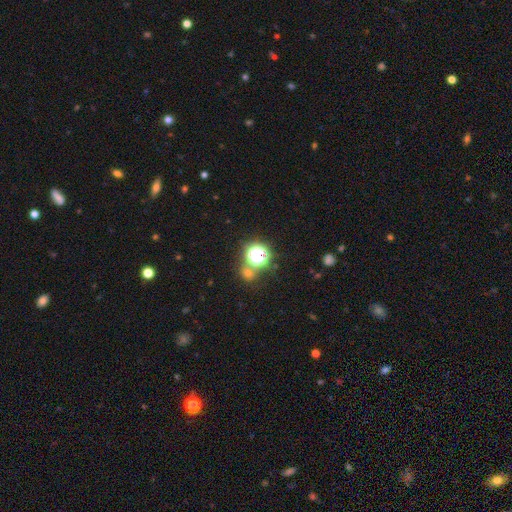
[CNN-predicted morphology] Smooth or featured? Predicted: star or artifact (p=0.66).